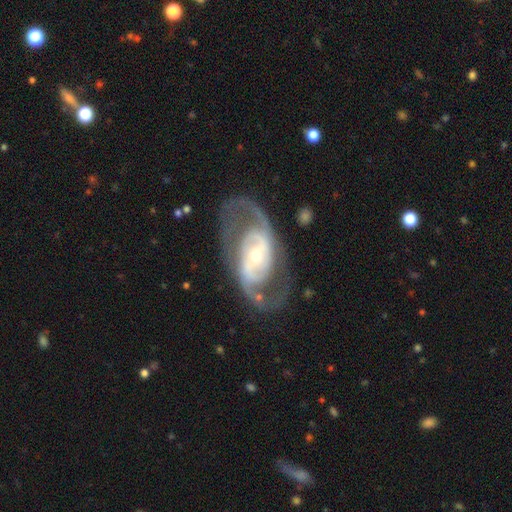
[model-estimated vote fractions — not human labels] Smooth or featured? featured or disk (88%)
Edge-on disk? no (95%)
Bar? no (39%)
Spiral arms? yes (90%)
Spiral winding? medium (51%)
Spiral arm count? 2 (88%)
Bulge size? moderate (51%)
Merging? none (74%)